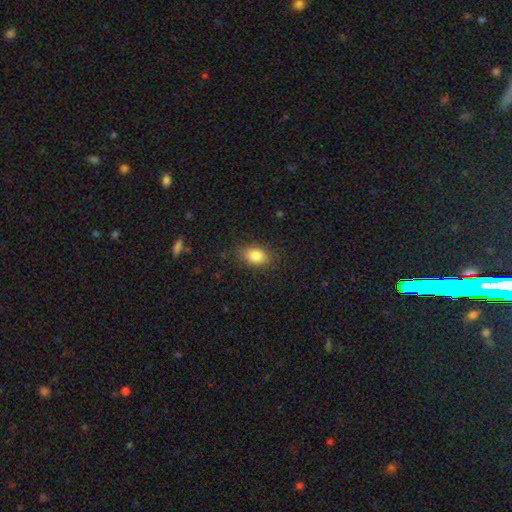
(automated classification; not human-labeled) A smooth galaxy with no disk features (85%) that is in between round and cigar-shaped (81%).

Vote fractions:
- Smooth or featured? smooth: 85% / star or artifact: 9% / featured or disk: 6%
- How rounded? in between: 81% / round: 17% / cigar-shaped: 2%
- Merging? none: 85% / minor disturbance: 11% / major disturbance: 3% / merger: 1%